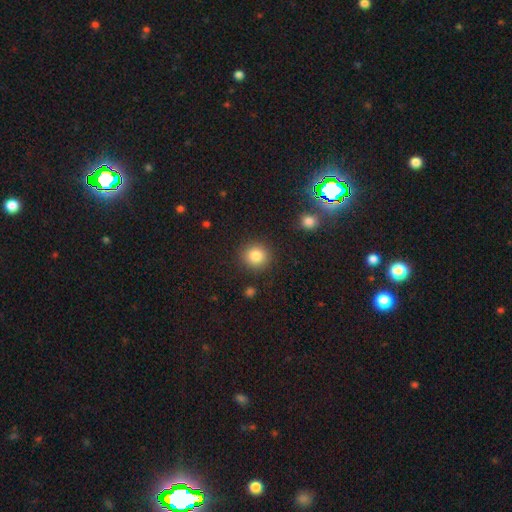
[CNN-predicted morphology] Q: Smooth or featured?
A: smooth (84%); runner-up: star or artifact (10%)
Q: How rounded?
A: round (90%); runner-up: in between (9%)
Q: Merging?
A: none (88%); runner-up: minor disturbance (7%)